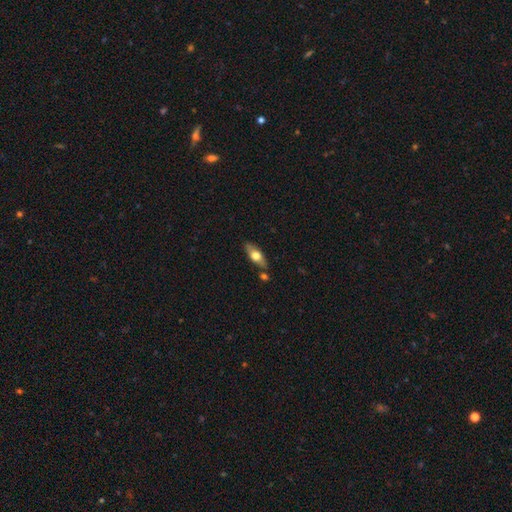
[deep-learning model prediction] Overall: smooth (58%; featured or disk 36%). How rounded: in between (69%). Merging: none (75%).